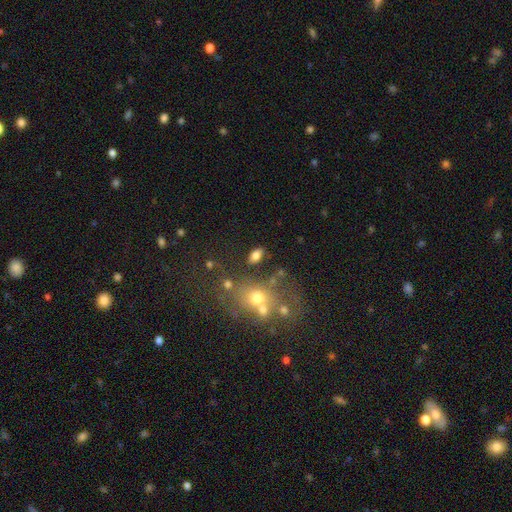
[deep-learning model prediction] smooth_or_featured: smooth (p=0.75) [alt: featured or disk p=0.13]
how_rounded: in between (p=0.87) [alt: round p=0.08]
merging: none (p=0.77) [alt: minor disturbance p=0.12]